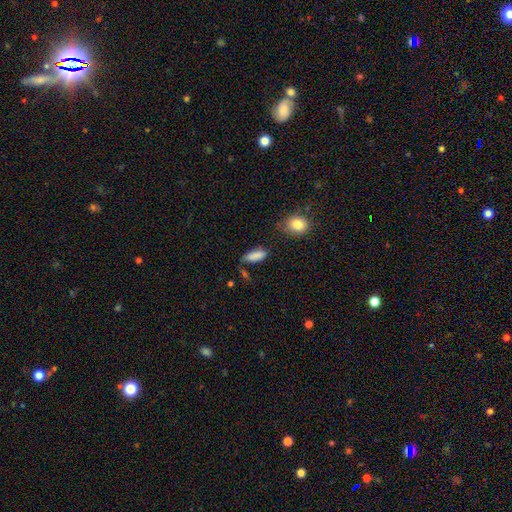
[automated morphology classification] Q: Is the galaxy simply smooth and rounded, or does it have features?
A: smooth — 85%.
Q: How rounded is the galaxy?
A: in between — 73%.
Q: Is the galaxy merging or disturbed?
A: none — 55%.